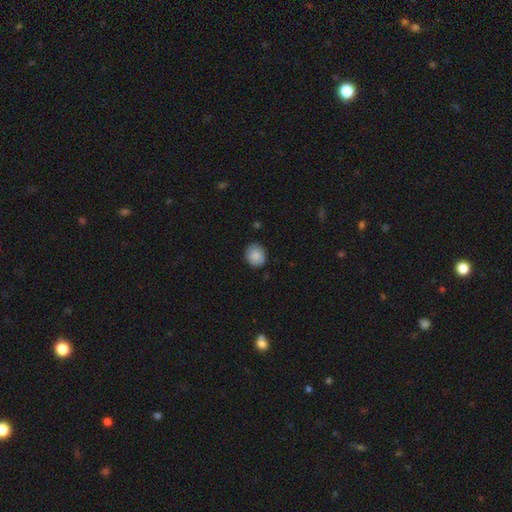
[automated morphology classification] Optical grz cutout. It shows a smooth galaxy with no disk features (85%) that is round (72%). Merging: none (82%).